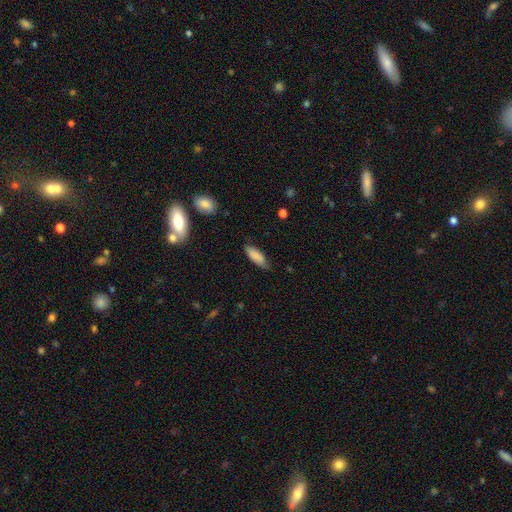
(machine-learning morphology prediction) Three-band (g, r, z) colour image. It shows a smooth galaxy with no disk features (86%) that is in between round and cigar-shaped (61%). Merging: none (76%).